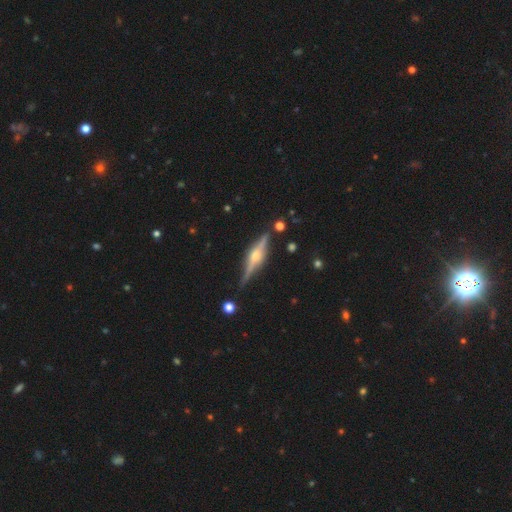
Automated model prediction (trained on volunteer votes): A featured or disk galaxy (83%) viewed edge-on (97%) with a rounded central bulge (88%).

Vote fractions:
- Smooth or featured? featured or disk: 83% / smooth: 11% / star or artifact: 6%
- Edge-on disk? yes: 97% / no: 3%
- Edge-on bulge? rounded: 88% / boxy: 9% / none: 3%
- Merging? none: 86% / minor disturbance: 10% / major disturbance: 2% / merger: 2%